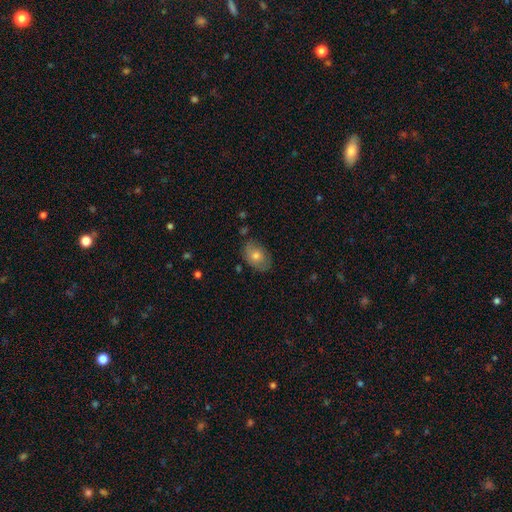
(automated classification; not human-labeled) smooth 68%, featured or disk 23%, star or artifact 9%. Down the decision tree: how rounded — in between (83%); merging — none (77%).